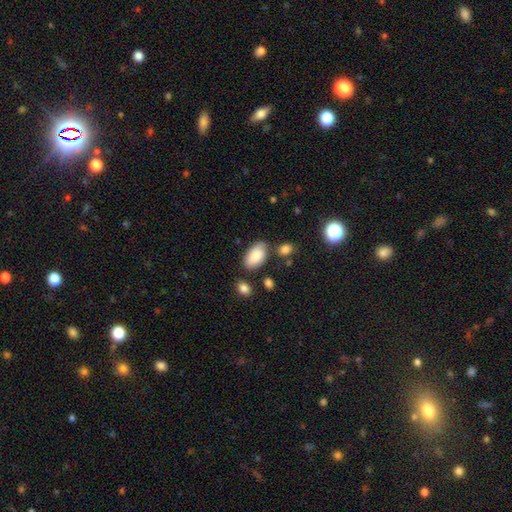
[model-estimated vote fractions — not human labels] This is clearly a smooth galaxy (86%). How rounded: clearly in between (95%). Merging: likely none (70%).